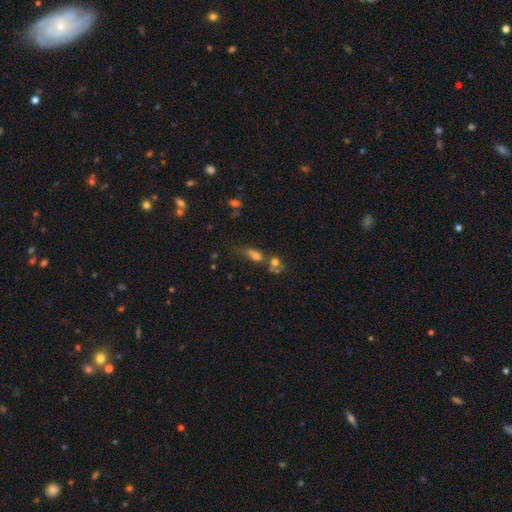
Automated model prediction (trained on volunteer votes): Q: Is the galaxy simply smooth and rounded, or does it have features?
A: smooth — 62%.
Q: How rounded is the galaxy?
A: in between — 52%.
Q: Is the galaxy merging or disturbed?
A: merger — 39%.